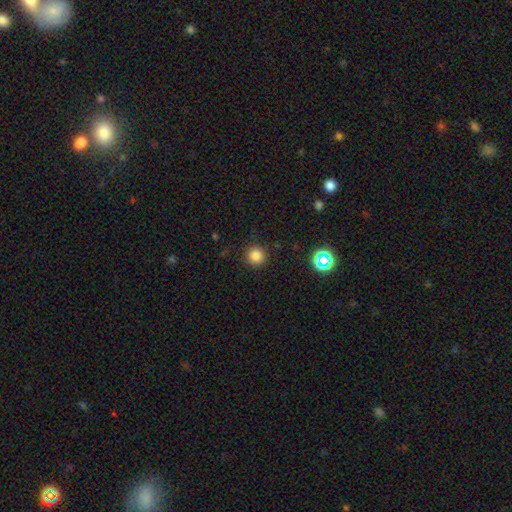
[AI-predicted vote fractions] Morphology: type=smooth (83%); roundness=round (95%); merging=none (90%).